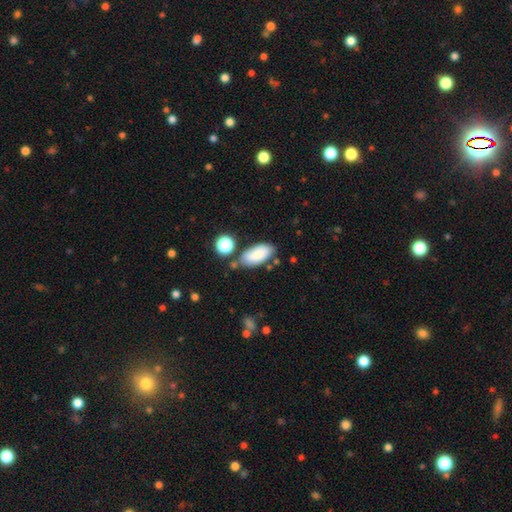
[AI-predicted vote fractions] smooth 84%, featured or disk 8%, star or artifact 8%. Down the decision tree: how rounded — in between (91%); merging — none (69%).